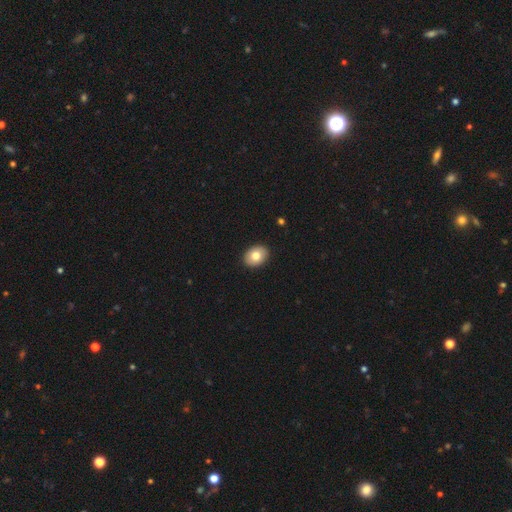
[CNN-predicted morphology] smooth 79%, featured or disk 13%, star or artifact 7%. Down the decision tree: how rounded — in between (67%); merging — none (92%).